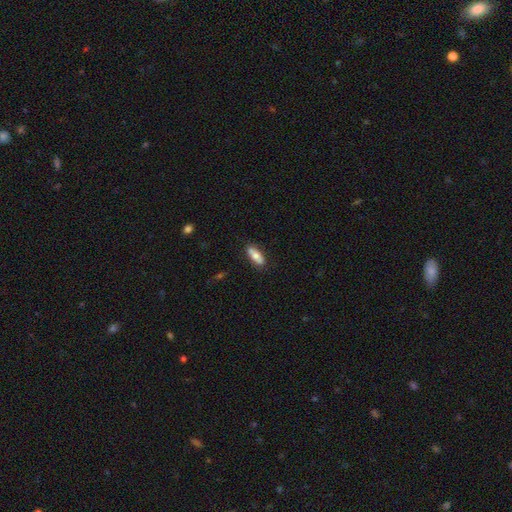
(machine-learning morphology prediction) type=smooth (70%); roundness=in between (70%); merging=none (80%).